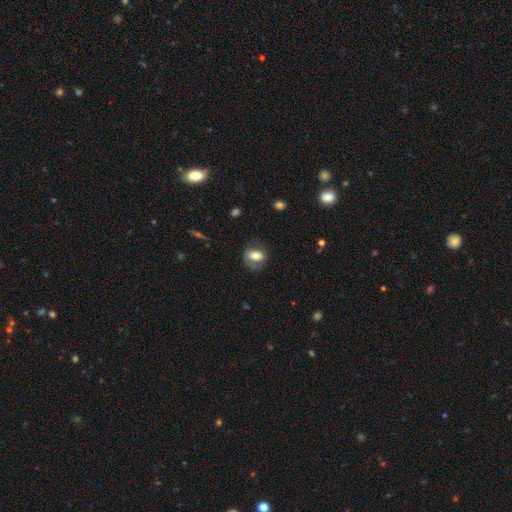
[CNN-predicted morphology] This appears to be a smooth galaxy with no disk features (52%) that is in between round and cigar-shaped (60%). Merging: none (66%).